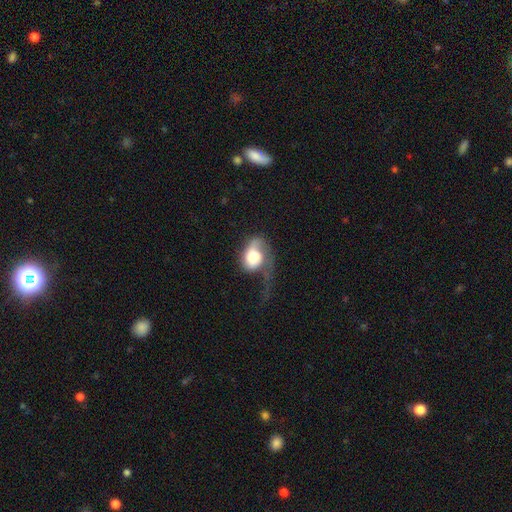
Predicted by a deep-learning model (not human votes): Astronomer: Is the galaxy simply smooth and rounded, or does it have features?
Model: smooth — 46%, tied with featured or disk at 46%.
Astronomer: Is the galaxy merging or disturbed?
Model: major disturbance — 57%.